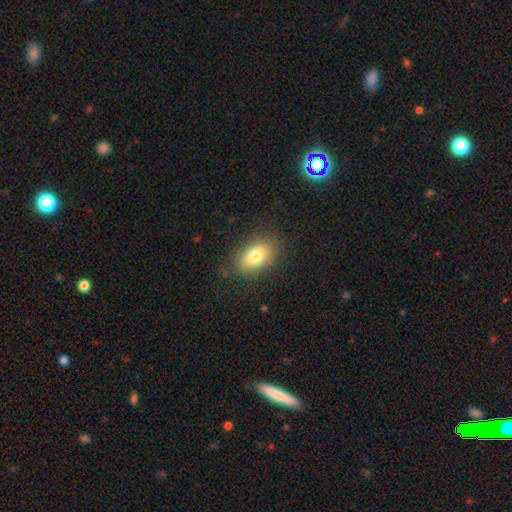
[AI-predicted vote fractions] Morphology: type=smooth (77%); roundness=in between (83%); merging=none (82%).